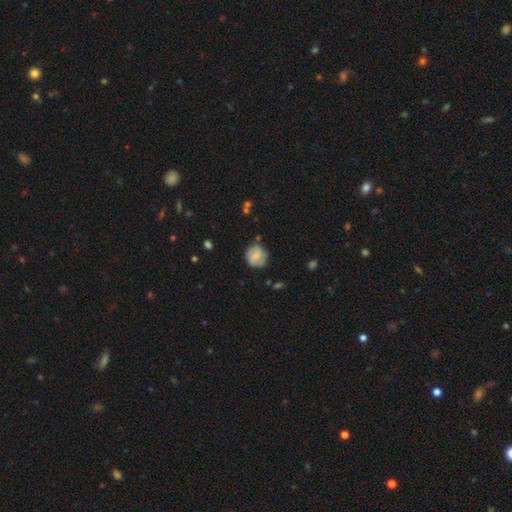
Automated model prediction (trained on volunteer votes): Overall: smooth (69%). How rounded: round (83%). Merging: none (69%).